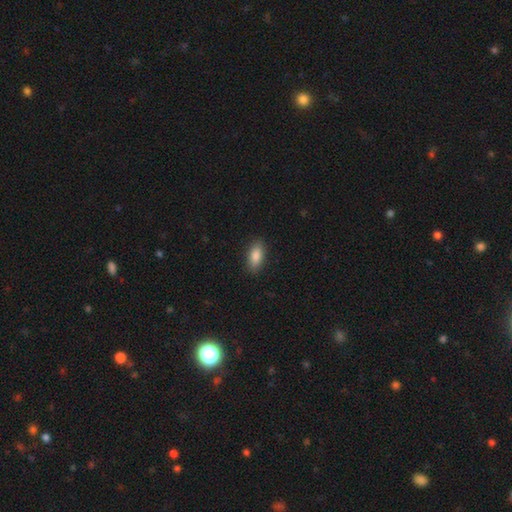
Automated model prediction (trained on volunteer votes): This is clearly a smooth galaxy (87%). How rounded: clearly in between (88%). Merging: clearly none (88%).